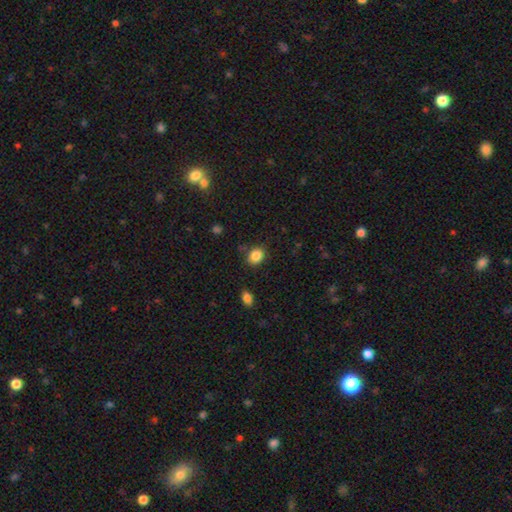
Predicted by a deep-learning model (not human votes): smooth-or-featured: smooth: 86% | star or artifact: 10% | featured or disk: 4%
  how-rounded: round: 51% | in between: 48% | cigar-shaped: 1%
  merging: none: 81% | minor disturbance: 13% | major disturbance: 3% | merger: 3%